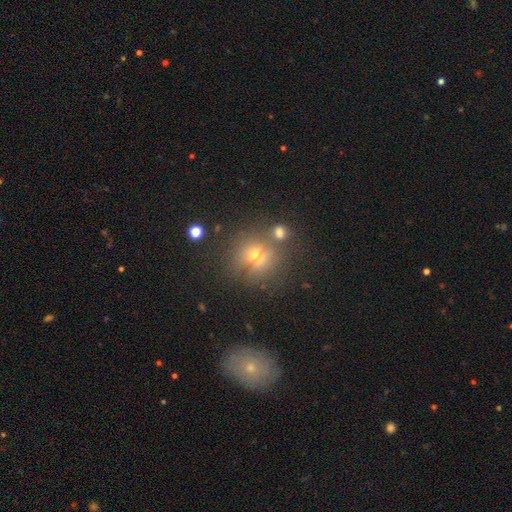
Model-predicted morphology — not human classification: A smooth galaxy with no disk features (54%) that is round (83%).

Vote fractions:
- Smooth or featured? smooth: 54% / star or artifact: 24% / featured or disk: 23%
- How rounded? round: 83% / in between: 15% / cigar-shaped: 2%
- Merging? none: 65% / merger: 15% / minor disturbance: 13% / major disturbance: 6%